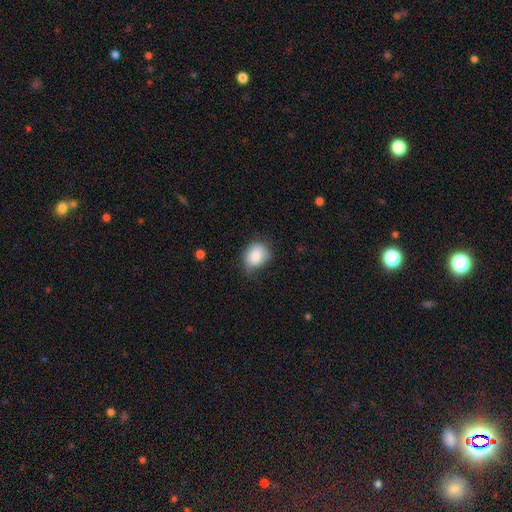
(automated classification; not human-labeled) A smooth galaxy with no disk features (83%) that is round (51%).

Vote fractions:
- Smooth or featured? smooth: 83% / featured or disk: 9% / star or artifact: 8%
- How rounded? round: 51% / in between: 48% / cigar-shaped: 1%
- Merging? none: 61% / minor disturbance: 31% / major disturbance: 7% / merger: 2%